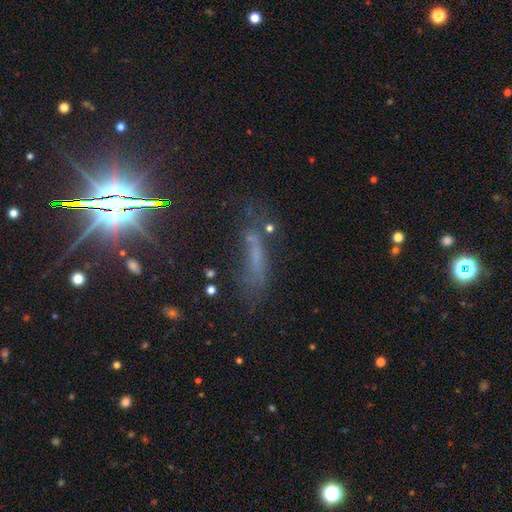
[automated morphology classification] This appears to be a star or artifact, not a galaxy (40%).